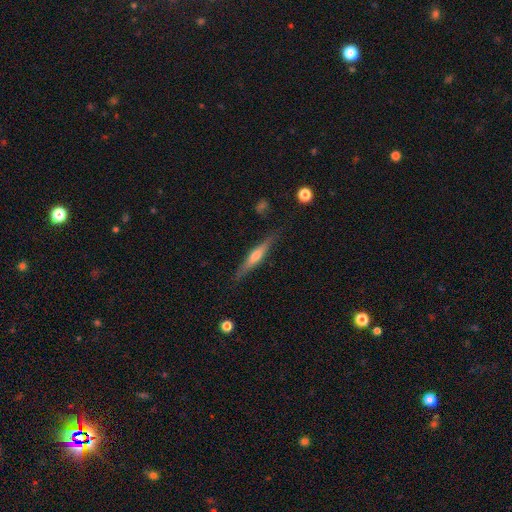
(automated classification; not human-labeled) featured or disk 59%, smooth 35%, star or artifact 6%. Down the decision tree: edge-on disk — yes (96%); edge-on bulge — rounded (74%); merging — none (86%).